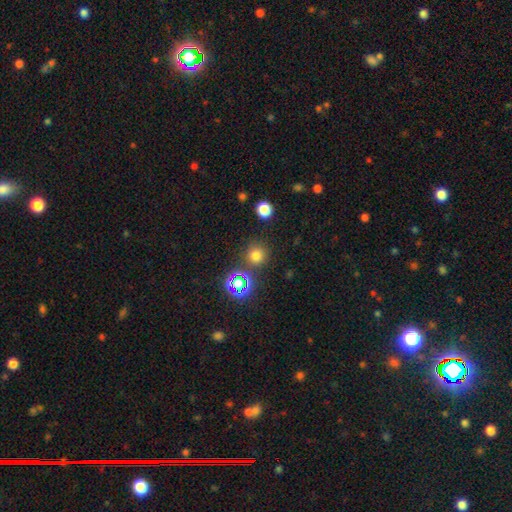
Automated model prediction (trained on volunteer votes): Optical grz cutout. It shows a smooth galaxy with no disk features (71%) that is round (94%). Merging: none (84%).